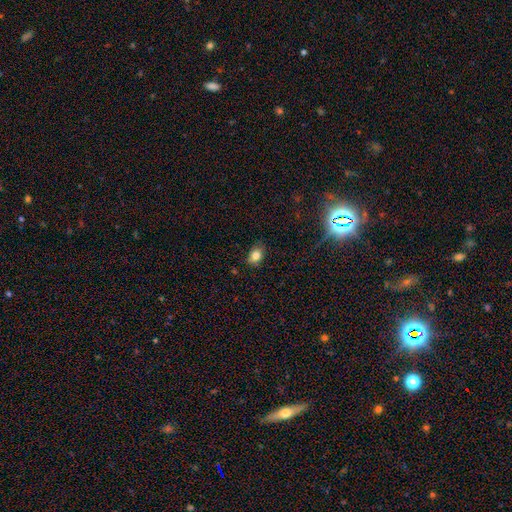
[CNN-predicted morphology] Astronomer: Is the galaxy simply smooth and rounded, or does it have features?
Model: smooth — 80%.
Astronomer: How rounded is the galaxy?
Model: in between — 76%.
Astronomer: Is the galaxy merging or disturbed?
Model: none — 77%.